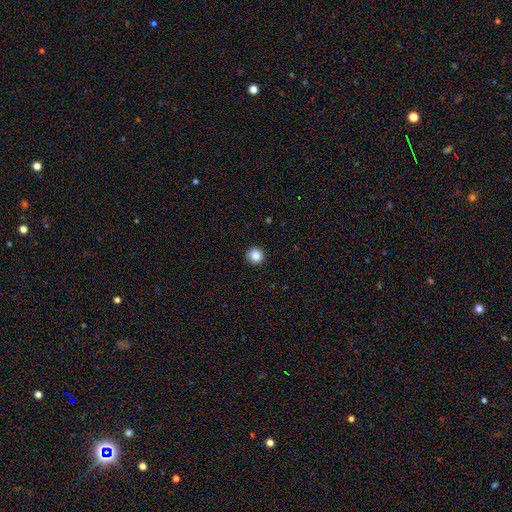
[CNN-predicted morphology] smooth-or-featured: smooth: 86% | star or artifact: 10% | featured or disk: 4%
  how-rounded: round: 95% | in between: 4% | cigar-shaped: 1%
  merging: none: 93% | minor disturbance: 5% | major disturbance: 1% | merger: 1%